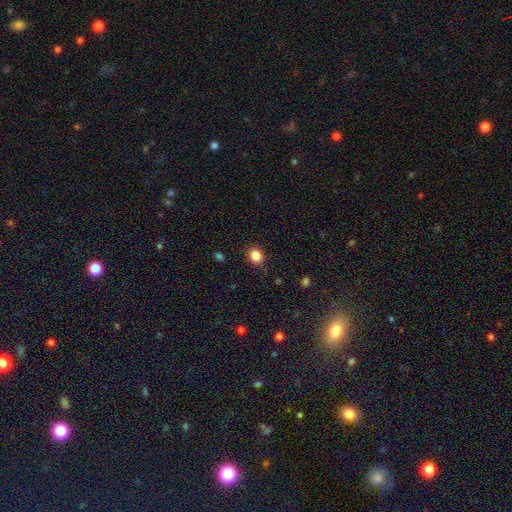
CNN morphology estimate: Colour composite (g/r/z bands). It shows a smooth galaxy with no disk features (85%) that is round (70%). Merging: none (87%).